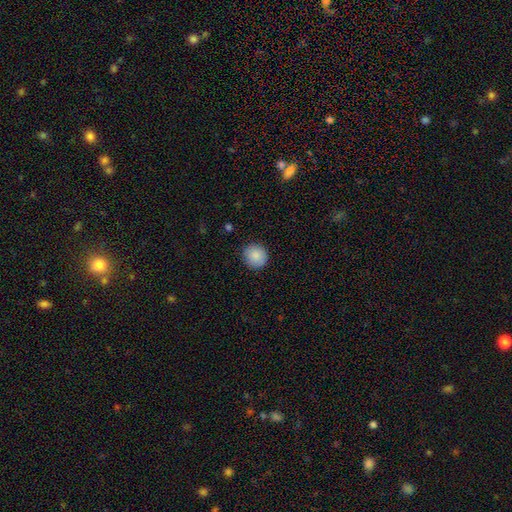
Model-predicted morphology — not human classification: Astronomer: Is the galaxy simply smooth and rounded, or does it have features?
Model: smooth — 88%.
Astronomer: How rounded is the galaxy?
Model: round — 91%.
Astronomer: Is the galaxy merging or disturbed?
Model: none — 88%.